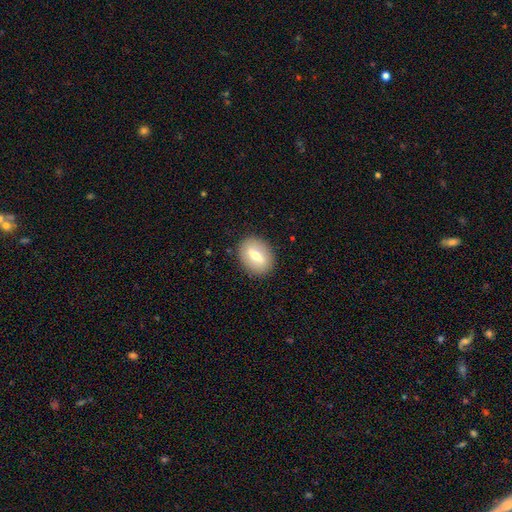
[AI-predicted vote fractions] The model was most divided on "smooth or featured": smooth: 54%, featured or disk: 39%, star or artifact: 7%. More confident: merging — none (87%); how rounded — in between (67%).